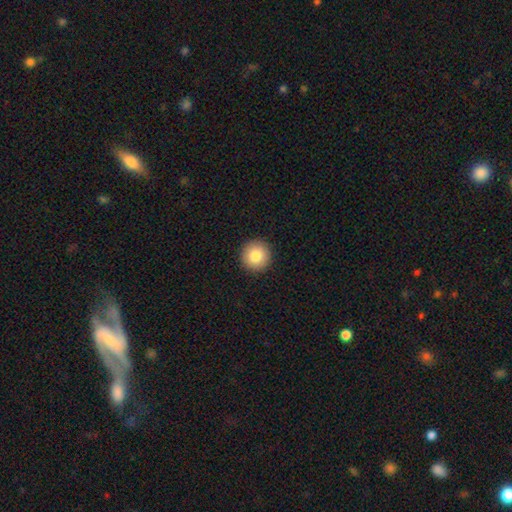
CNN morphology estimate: This appears to be a smooth galaxy with no disk features (82%) that is round (95%). Merging: none (93%).